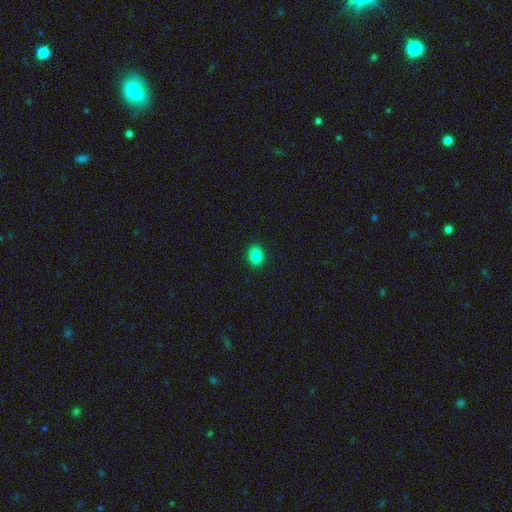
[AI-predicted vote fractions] Overall: smooth (86%). How rounded: in between (68%; round 31%). Merging: none (91%).